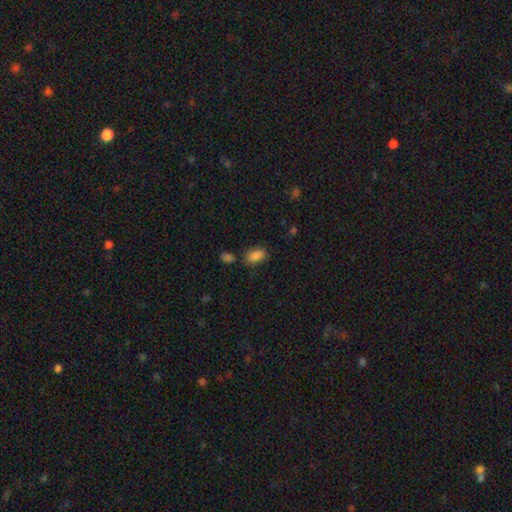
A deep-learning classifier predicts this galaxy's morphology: Q: Smooth or featured?
A: smooth (85%); runner-up: star or artifact (9%)
Q: How rounded?
A: in between (90%); runner-up: round (6%)
Q: Merging?
A: none (68%); runner-up: minor disturbance (18%)